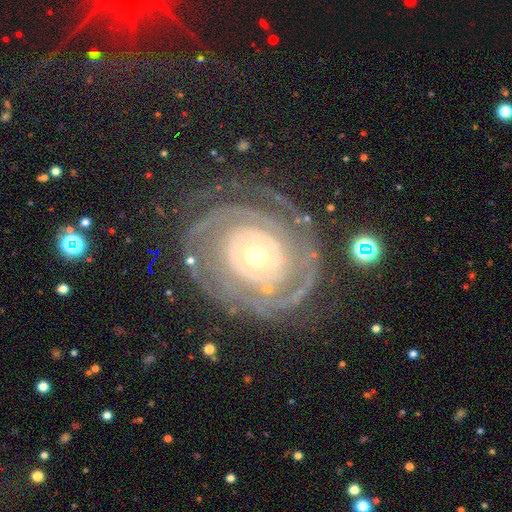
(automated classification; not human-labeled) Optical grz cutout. It shows a featured or disk galaxy (86%) with no bar (81%), tight (78%) spiral arms (88%) and a small central bulge (56%). Merging: none (72%).